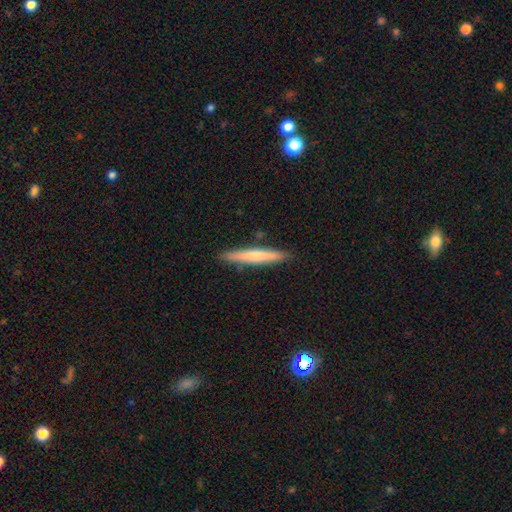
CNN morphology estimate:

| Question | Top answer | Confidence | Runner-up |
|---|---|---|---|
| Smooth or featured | smooth | 60% | featured or disk (35%) |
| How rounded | cigar-shaped | 95% | in between (4%) |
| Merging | none | 89% | minor disturbance (8%) |